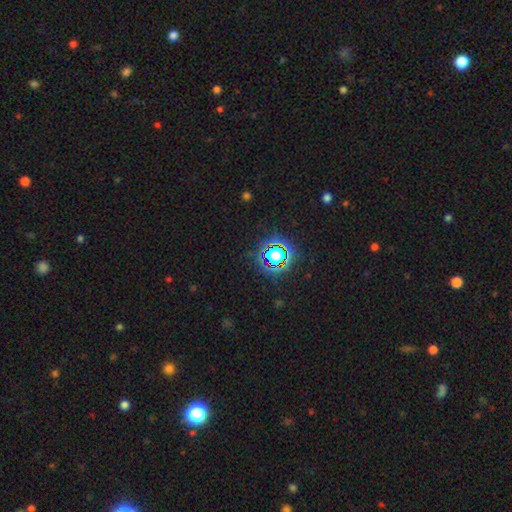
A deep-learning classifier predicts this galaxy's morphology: A star or artifact, not a galaxy (80%).